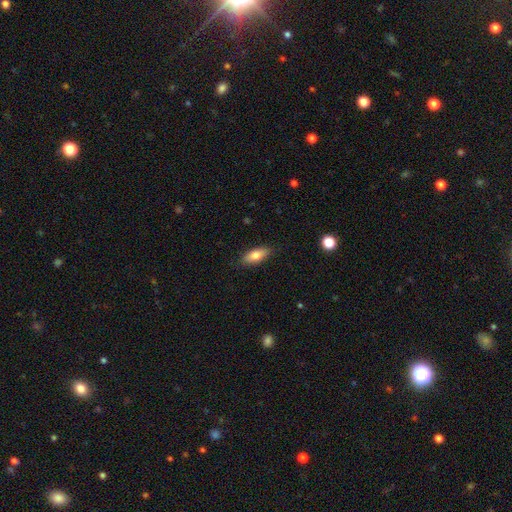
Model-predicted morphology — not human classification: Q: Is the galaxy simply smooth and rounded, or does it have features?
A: smooth — 76%.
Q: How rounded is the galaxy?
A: in between — 75%.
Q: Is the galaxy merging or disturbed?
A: none — 86%.